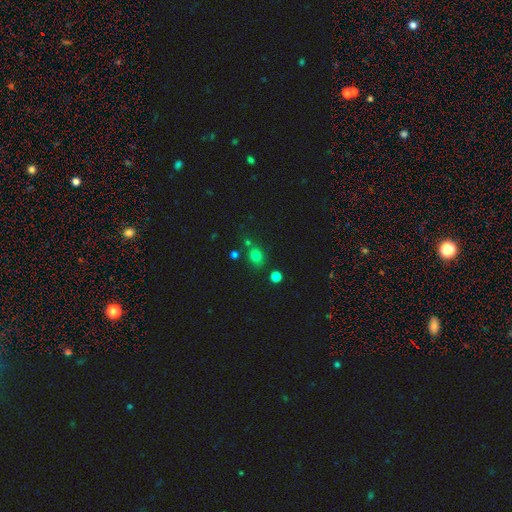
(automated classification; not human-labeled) Smooth or featured? Predicted: smooth (p=0.74). How rounded? Predicted: round (p=0.66). Merging? Predicted: none (p=0.74).